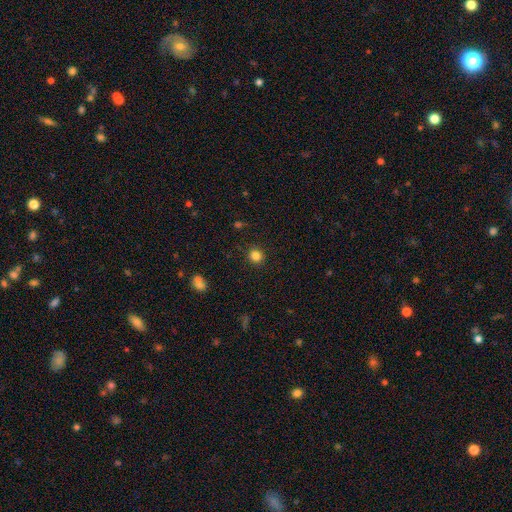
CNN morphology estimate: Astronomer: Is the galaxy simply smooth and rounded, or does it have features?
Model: smooth — 83%.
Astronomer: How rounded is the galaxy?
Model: round — 87%.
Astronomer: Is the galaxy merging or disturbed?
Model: none — 90%.